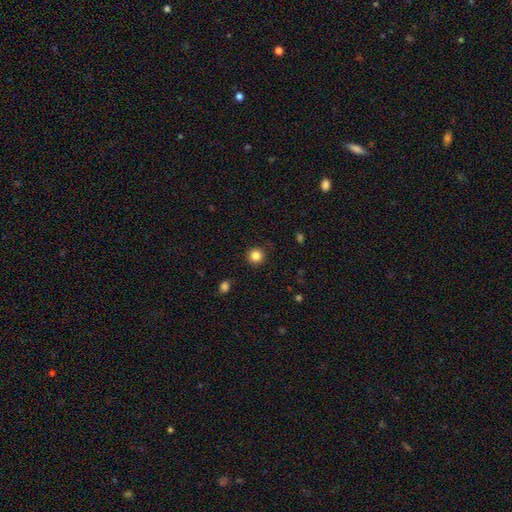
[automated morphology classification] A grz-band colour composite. It shows a smooth galaxy with no disk features (84%) that is round (94%). Merging: none (90%).